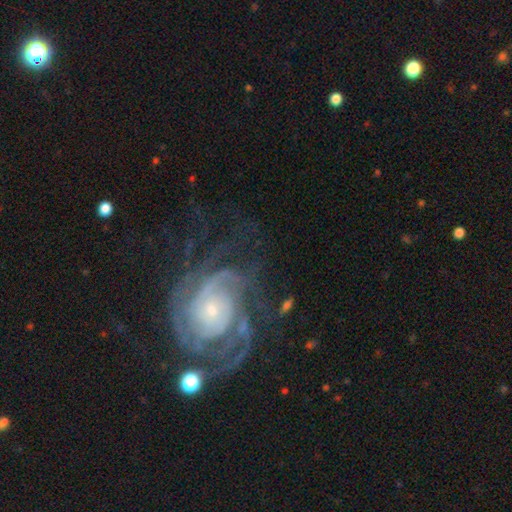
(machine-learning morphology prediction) Smooth or featured? featured or disk (88%)
Edge-on disk? no (97%)
Bar? no (74%)
Spiral arms? yes (97%)
Spiral winding? tight (70%)
Spiral arm count? can't tell (24%)
Bulge size? small (76%)
Merging? none (63%)